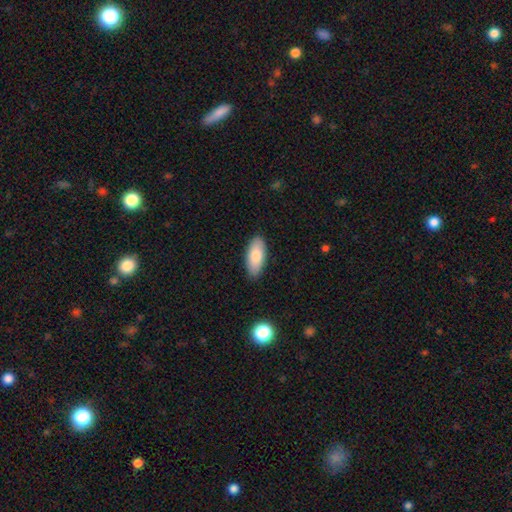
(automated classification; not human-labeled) This appears to be a smooth galaxy with no disk features (82%) that is in between round and cigar-shaped (87%). Merging: none (87%).